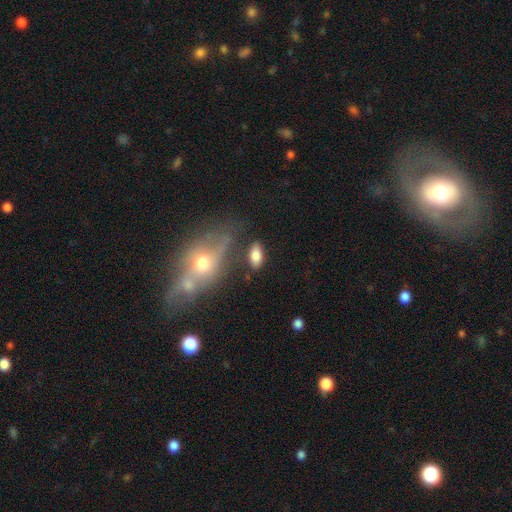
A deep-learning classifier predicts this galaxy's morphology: smooth_or_featured: smooth (p=0.80) [alt: featured or disk p=0.13]
how_rounded: in between (p=0.89) [alt: cigar-shaped p=0.07]
merging: none (p=0.76) [alt: minor disturbance p=0.13]